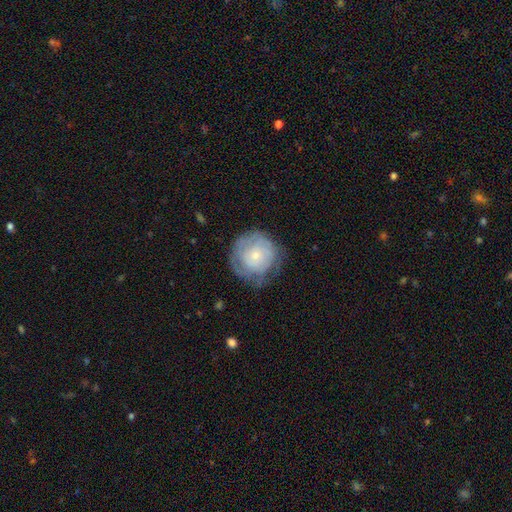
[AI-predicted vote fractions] A featured or disk galaxy (56%) with no bar (84%), spiral arms (70%) and a small central bulge (69%). Merging: none (62%).